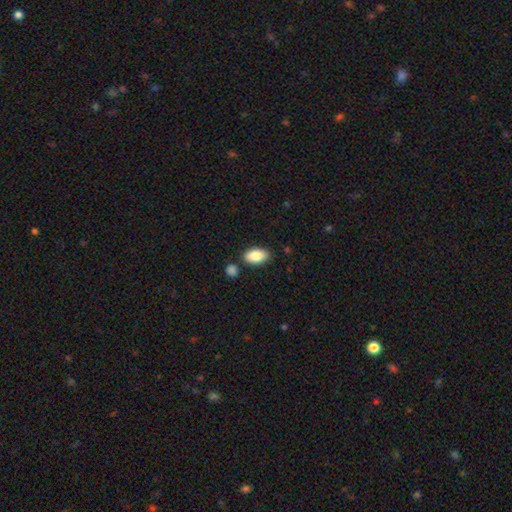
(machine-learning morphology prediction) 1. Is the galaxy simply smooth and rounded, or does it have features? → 87% smooth, 7% featured or disk, 7% star or artifact.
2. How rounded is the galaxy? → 93% in between, 5% round, 2% cigar-shaped.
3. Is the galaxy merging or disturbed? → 82% none, 10% minor disturbance, 5% merger, 2% major disturbance.